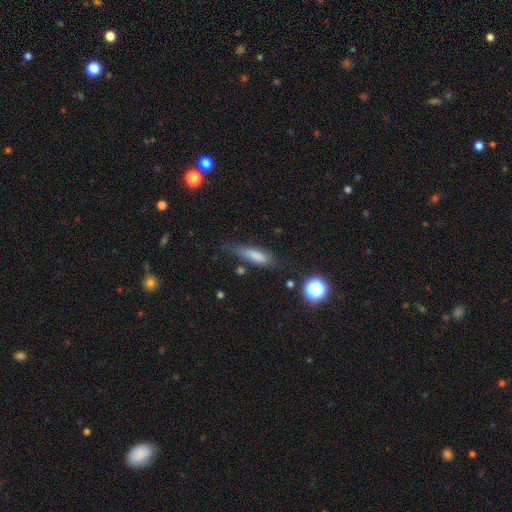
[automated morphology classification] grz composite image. It shows a smooth galaxy with no disk features (78%) that is cigar-shaped (56%). Merging: none (57%).